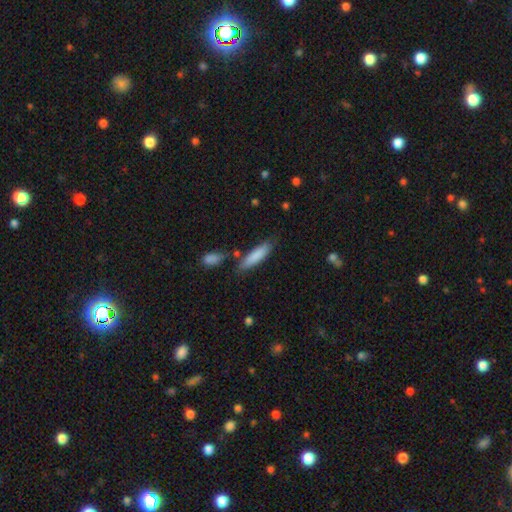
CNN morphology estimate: A smooth galaxy with no disk features (85%) that is cigar-shaped (68%). Merging: none (74%).